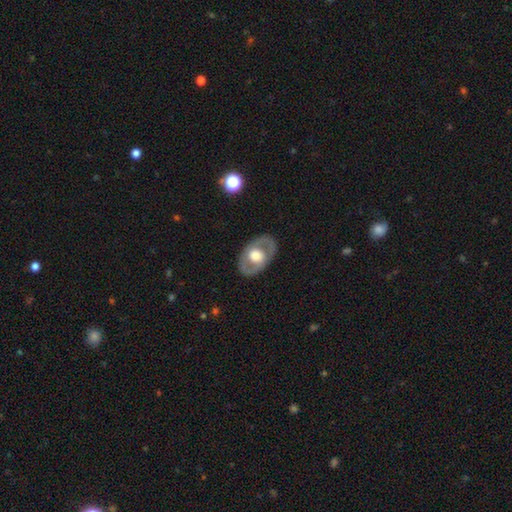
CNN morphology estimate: This appears to be a featured or disk galaxy (60%) with no bar (79%), no spiral arms (73%) and a large central bulge (47%). Merging: none (83%).